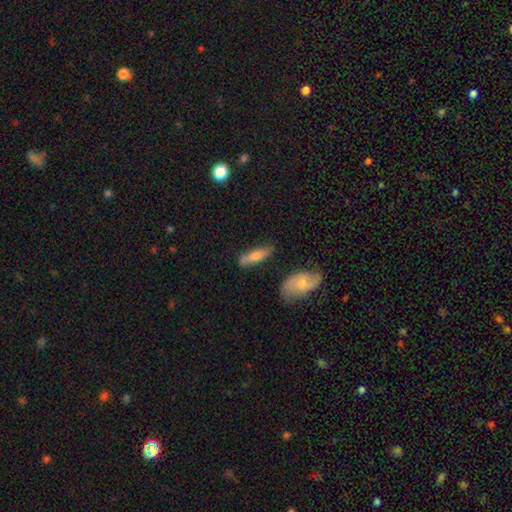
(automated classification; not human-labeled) Overall: smooth (65%; featured or disk 29%). How rounded: cigar-shaped (55%; in between 42%). Merging: none (71%).